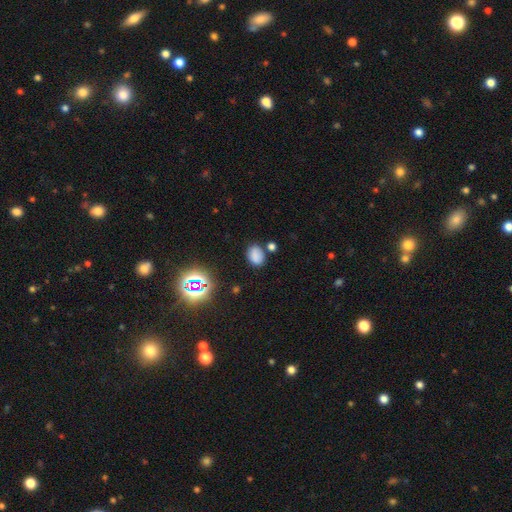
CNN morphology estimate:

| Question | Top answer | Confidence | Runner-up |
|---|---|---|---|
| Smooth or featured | smooth | 77% | star or artifact (17%) |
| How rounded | in between | 76% | round (23%) |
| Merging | none | 76% | minor disturbance (13%) |